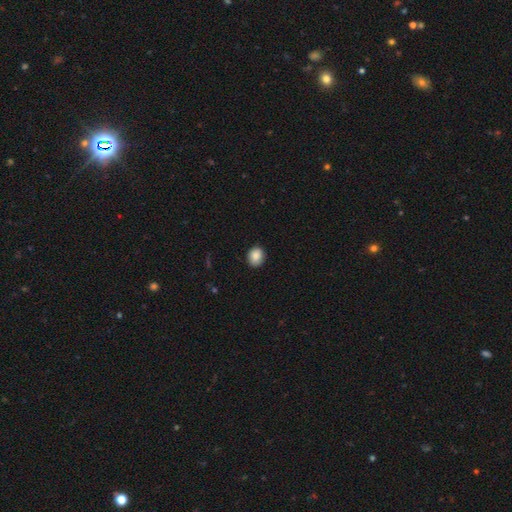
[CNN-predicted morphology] Smooth or featured?
  - smooth: 87% *
  - star or artifact: 8%
  - featured or disk: 4%
How rounded?
  - round: 54% *
  - in between: 45%
  - cigar-shaped: 1%
Merging?
  - none: 86% *
  - minor disturbance: 11%
  - major disturbance: 2%
  - merger: 1%